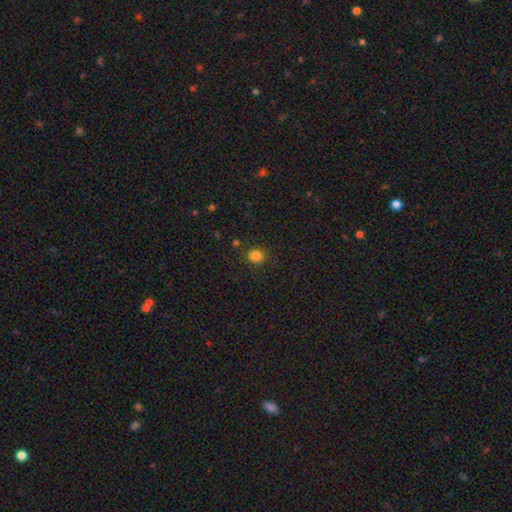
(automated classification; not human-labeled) smooth-or-featured: smooth: 83% | star or artifact: 14% | featured or disk: 4%
  how-rounded: round: 82% | in between: 17% | cigar-shaped: 1%
  merging: none: 87% | minor disturbance: 8% | major disturbance: 3% | merger: 2%